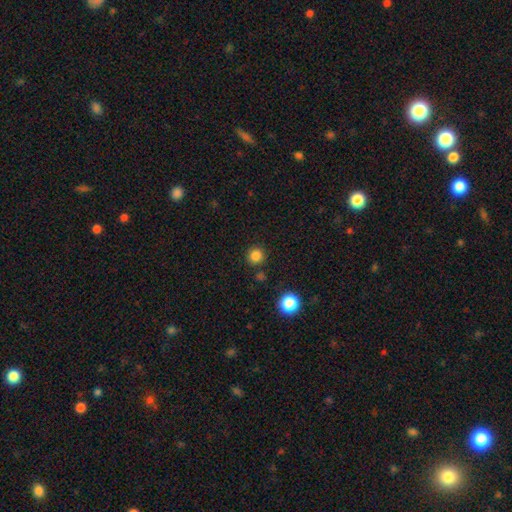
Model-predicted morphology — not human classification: smooth-or-featured: smooth: 83% | star or artifact: 13% | featured or disk: 4%
  how-rounded: round: 93% | in between: 6% | cigar-shaped: 1%
  merging: none: 87% | minor disturbance: 7% | merger: 4% | major disturbance: 2%